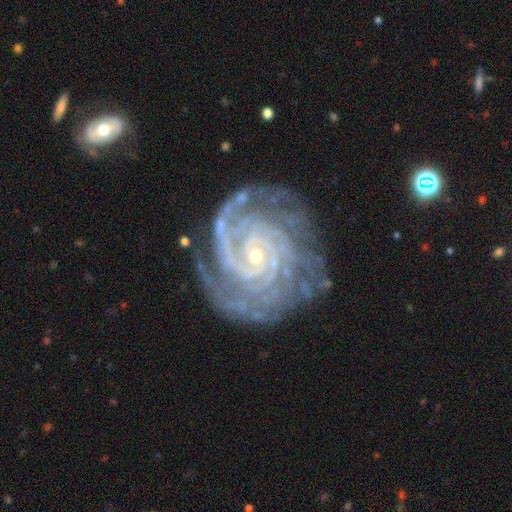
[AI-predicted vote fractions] Smooth or featured?
  - featured or disk: 92% *
  - star or artifact: 5%
  - smooth: 3%
Edge-on disk?
  - no: 98% *
  - yes: 2%
Bar?
  - no: 61% *
  - weak: 26%
  - strong: 13%
Spiral arms?
  - yes: 99% *
  - no: 1%
Spiral winding?
  - tight: 81% *
  - medium: 17%
  - loose: 2%
Spiral arm count?
  - 4: 23% *
  - 3: 21%
  - more than 4: 16%
  - can't tell: 16%
  - 2: 16%
  - 1: 8%
Bulge size?
  - small: 80% *
  - moderate: 17%
  - none: 1%
  - large: 1%
  - dominant: 1%
Merging?
  - none: 74% *
  - minor disturbance: 17%
  - major disturbance: 7%
  - merger: 2%